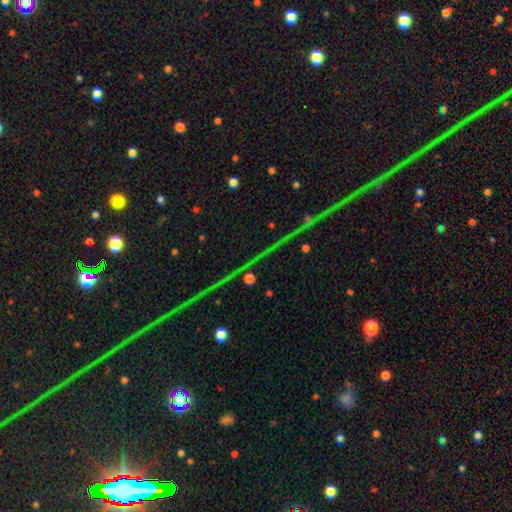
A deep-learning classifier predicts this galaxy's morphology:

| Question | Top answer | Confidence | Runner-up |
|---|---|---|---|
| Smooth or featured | star or artifact | 73% | featured or disk (18%) |